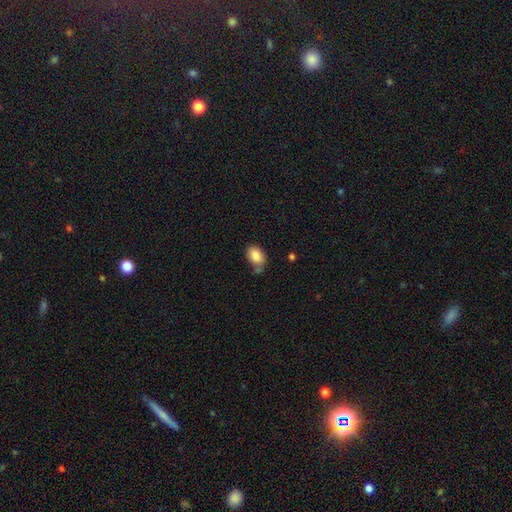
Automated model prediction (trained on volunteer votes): Smooth or featured?
  - smooth: 86% *
  - star or artifact: 8%
  - featured or disk: 7%
How rounded?
  - in between: 85% *
  - round: 14%
  - cigar-shaped: 1%
Merging?
  - none: 62% *
  - minor disturbance: 21%
  - merger: 12%
  - major disturbance: 5%